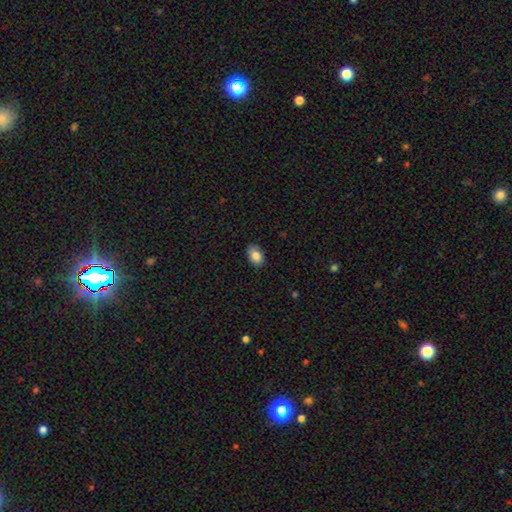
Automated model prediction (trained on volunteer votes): smooth_or_featured: smooth (p=0.85) [alt: featured or disk p=0.08]
how_rounded: in between (p=0.87) [alt: round p=0.12]
merging: none (p=0.87) [alt: minor disturbance p=0.10]